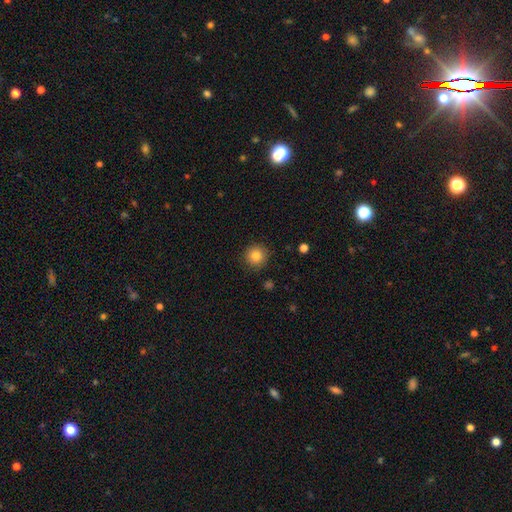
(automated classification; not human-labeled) smooth_or_featured: smooth (p=0.84) [alt: star or artifact p=0.10]
how_rounded: round (p=0.94) [alt: in between p=0.05]
merging: none (p=0.88) [alt: minor disturbance p=0.08]